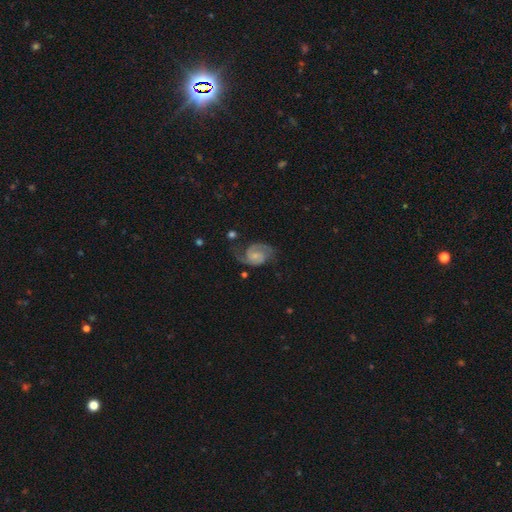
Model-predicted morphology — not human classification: Q: Smooth or featured?
A: featured or disk (86%); runner-up: smooth (9%)
Q: Edge-on disk?
A: no (98%); runner-up: yes (2%)
Q: Bar?
A: no (60%); runner-up: weak (34%)
Q: Spiral arms?
A: yes (97%); runner-up: no (3%)
Q: Spiral winding?
A: medium (52%); runner-up: tight (29%)
Q: Spiral arm count?
A: 2 (89%); runner-up: 1 (4%)
Q: Bulge size?
A: small (52%); runner-up: moderate (26%)
Q: Merging?
A: none (62%); runner-up: minor disturbance (21%)